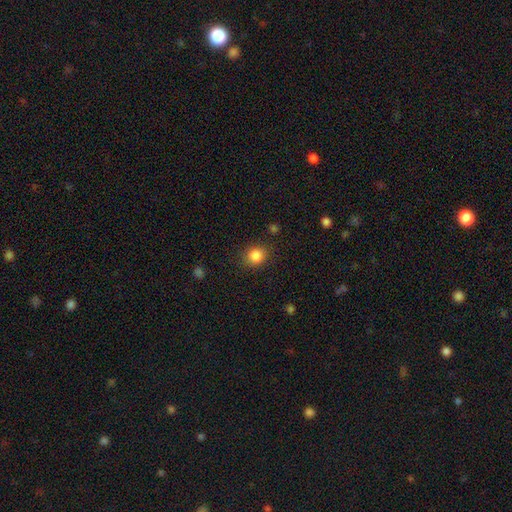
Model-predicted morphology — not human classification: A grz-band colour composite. It shows a smooth galaxy with no disk features (85%) that is round (83%). Merging: none (86%).